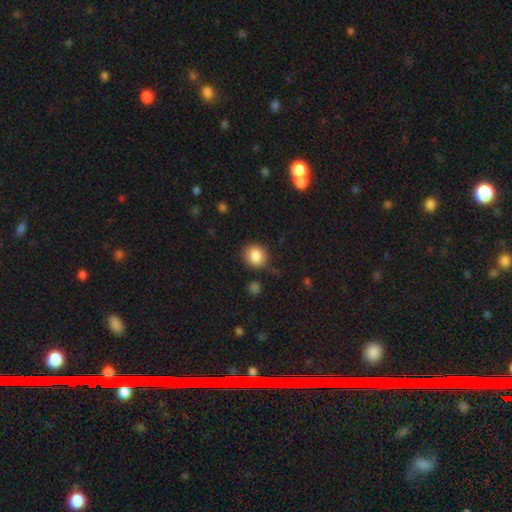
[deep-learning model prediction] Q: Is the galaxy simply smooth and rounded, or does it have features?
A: smooth — 85%.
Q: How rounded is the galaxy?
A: round — 83%.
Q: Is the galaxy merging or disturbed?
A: none — 85%.